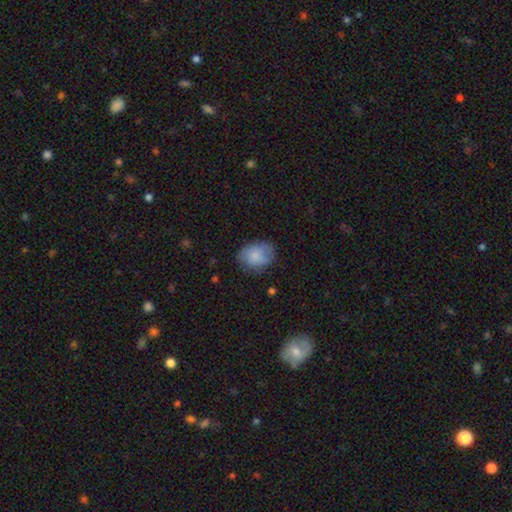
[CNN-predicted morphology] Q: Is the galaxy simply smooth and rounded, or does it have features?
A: smooth — 80%.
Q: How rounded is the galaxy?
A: in between — 67%.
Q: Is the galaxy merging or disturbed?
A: none — 63%.